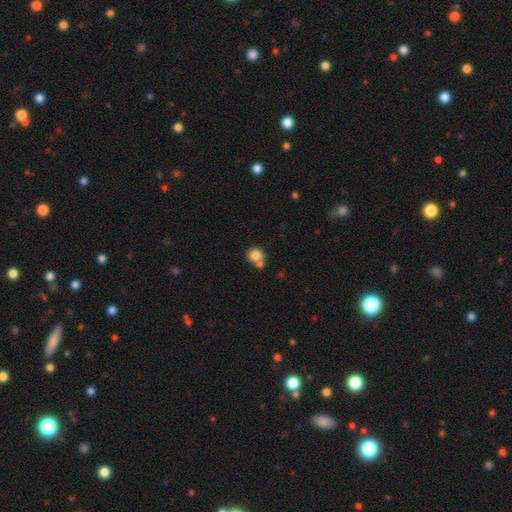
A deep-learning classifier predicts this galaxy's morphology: Smooth or featured? smooth (83%)
How rounded? round (81%)
Merging? none (49%)